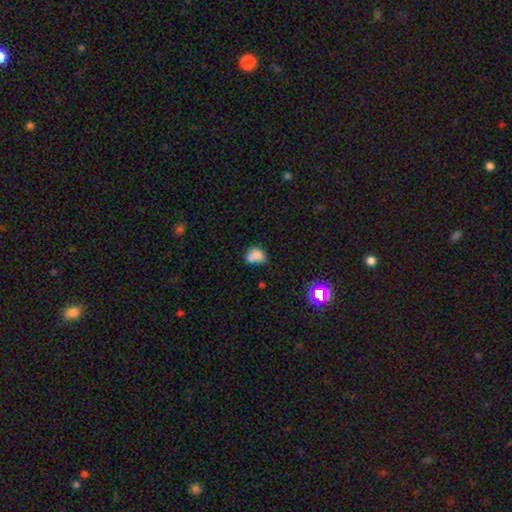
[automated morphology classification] smooth 73%, featured or disk 15%, star or artifact 12%. Down the decision tree: how rounded — in between (57%); merging — merger (40%).